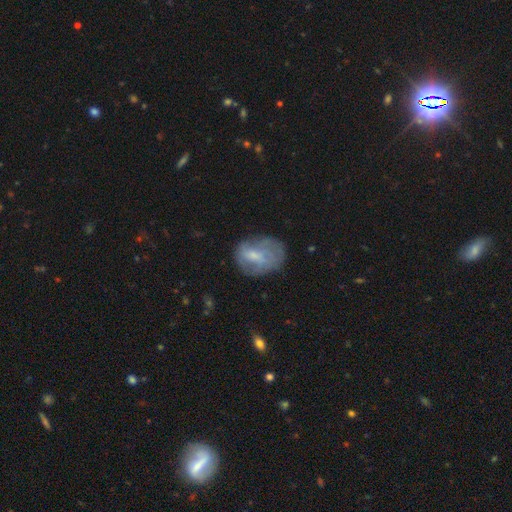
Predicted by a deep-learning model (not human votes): This appears to be a smooth galaxy with no disk features (52%) that is in between round and cigar-shaped (71%). Merging: none (56%).